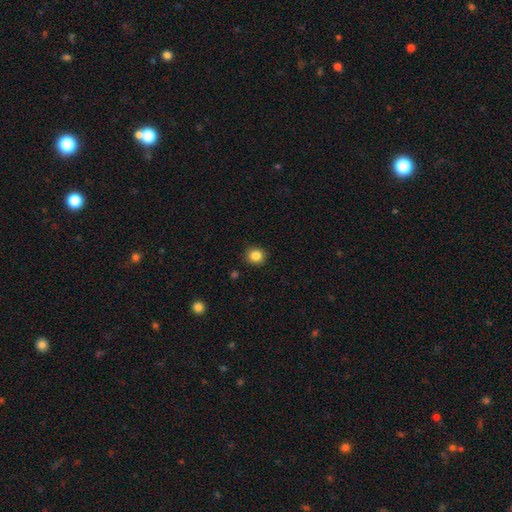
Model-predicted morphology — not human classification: smooth 85%, star or artifact 11%, featured or disk 5%. Down the decision tree: how rounded — round (87%); merging — none (91%).